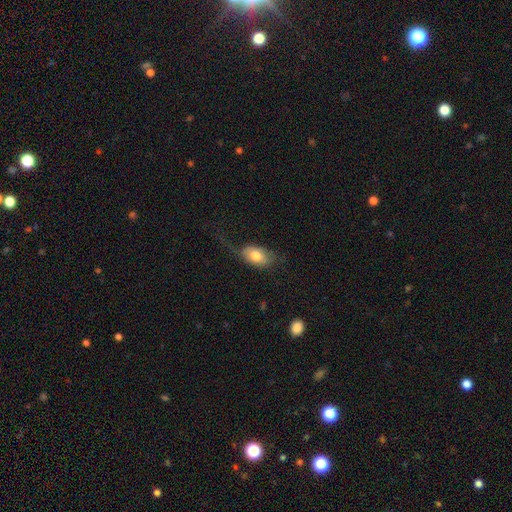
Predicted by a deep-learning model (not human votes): Morphology: type=smooth (72%); roundness=in between (89%); merging=none (45%).